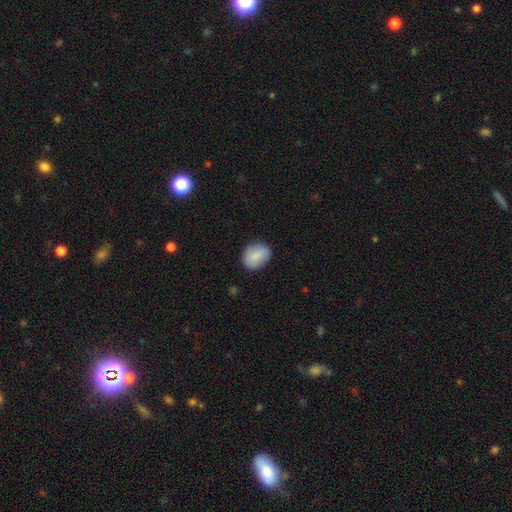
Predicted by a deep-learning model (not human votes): Overall: smooth (81%). How rounded: in between (56%; round 42%). Merging: none (82%).